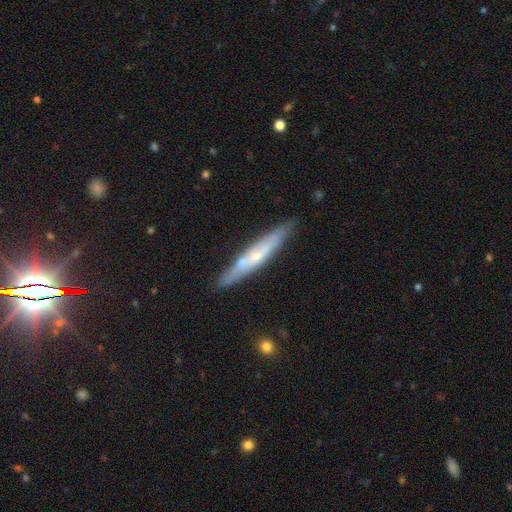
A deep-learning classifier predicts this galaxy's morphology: Q: Smooth or featured?
A: featured or disk (57%); runner-up: smooth (37%)
Q: Edge-on disk?
A: yes (83%); runner-up: no (17%)
Q: Merging?
A: none (80%); runner-up: minor disturbance (13%)